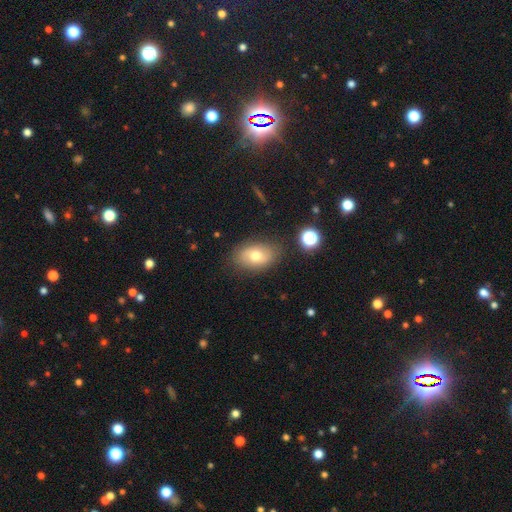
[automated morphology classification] A smooth galaxy with no disk features (68%) that is in between round and cigar-shaped (85%).

Vote fractions:
- Smooth or featured? smooth: 68% / featured or disk: 22% / star or artifact: 9%
- How rounded? in between: 85% / round: 14% / cigar-shaped: 1%
- Merging? none: 81% / minor disturbance: 13% / major disturbance: 4% / merger: 2%